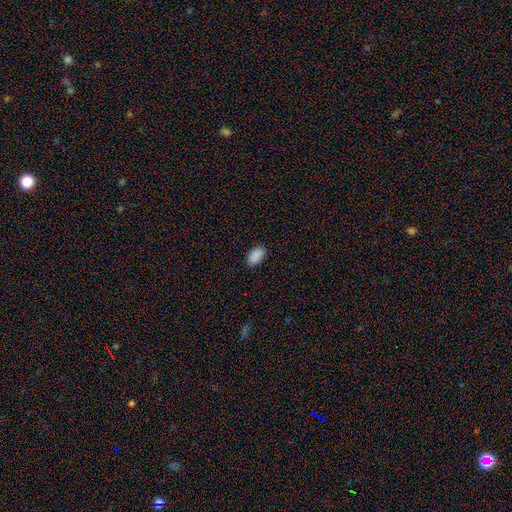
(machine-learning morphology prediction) A smooth galaxy with no disk features (90%) that is in between round and cigar-shaped (93%). Merging: none (88%).